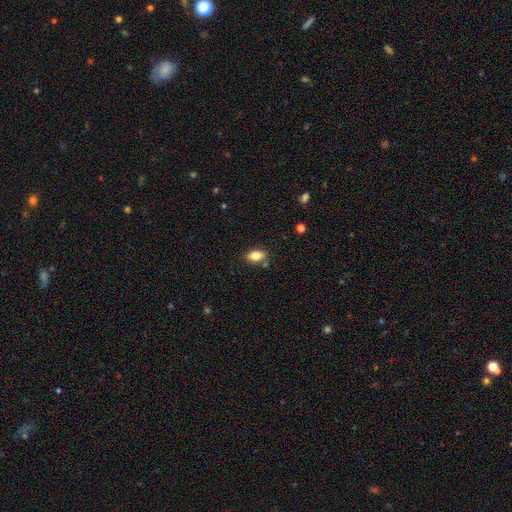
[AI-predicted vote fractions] smooth_or_featured: smooth (p=0.76) [alt: featured or disk p=0.16]
how_rounded: in between (p=0.86) [alt: round p=0.08]
merging: none (p=0.76) [alt: minor disturbance p=0.15]